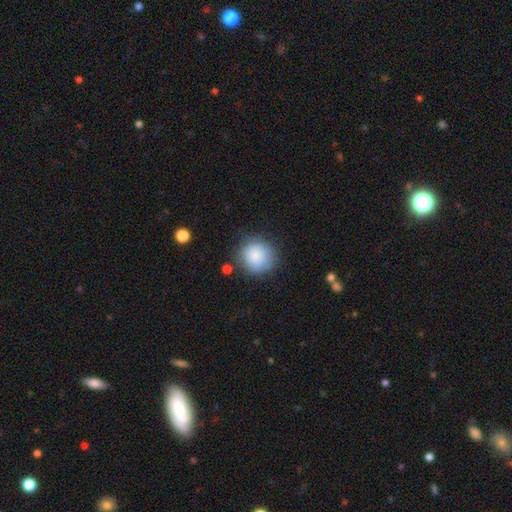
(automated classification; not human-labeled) A smooth galaxy with no disk features (84%) that is round (89%).

Vote fractions:
- Smooth or featured? smooth: 84% / featured or disk: 8% / star or artifact: 8%
- How rounded? round: 89% / in between: 10% / cigar-shaped: 1%
- Merging? none: 73% / minor disturbance: 18% / major disturbance: 6% / merger: 3%